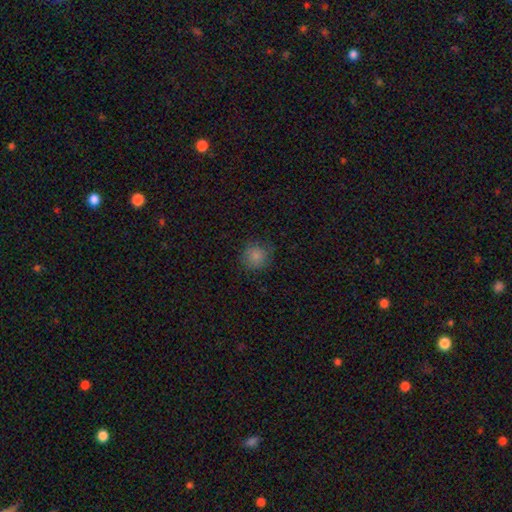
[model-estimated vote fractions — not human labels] Morphology: type=smooth (84%); roundness=round (91%); merging=none (83%).